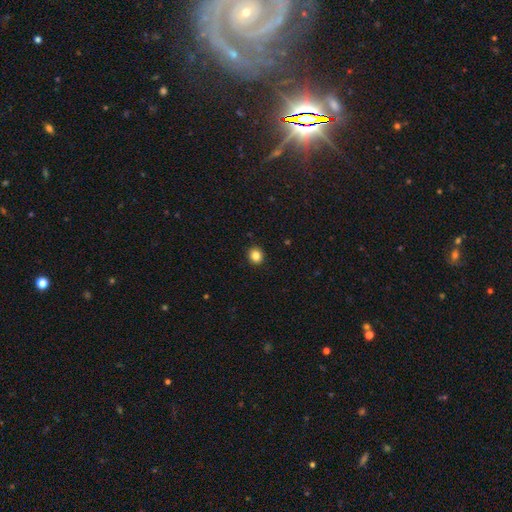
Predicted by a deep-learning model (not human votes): Smooth or featured?
  - smooth: 85% *
  - star or artifact: 11%
  - featured or disk: 4%
How rounded?
  - round: 86% *
  - in between: 14%
  - cigar-shaped: 1%
Merging?
  - none: 93% *
  - minor disturbance: 5%
  - major disturbance: 2%
  - merger: 1%